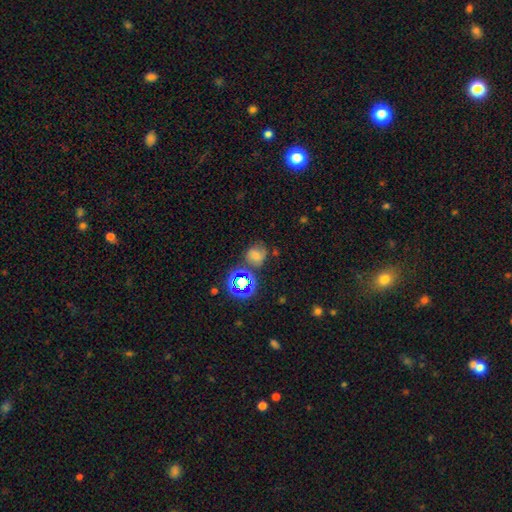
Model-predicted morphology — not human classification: The model was most divided on "smooth or featured": smooth: 53%, star or artifact: 25%, featured or disk: 21%. More confident: how rounded — round (72%); merging — none (62%).